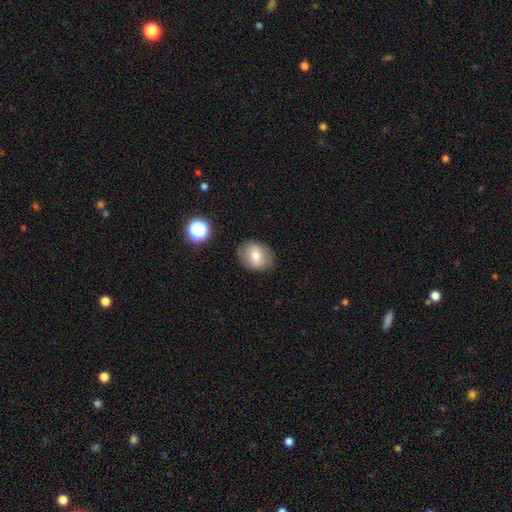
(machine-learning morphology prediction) A smooth galaxy with no disk features (67%) that is round (51%).

Vote fractions:
- Smooth or featured? smooth: 67% / featured or disk: 23% / star or artifact: 10%
- How rounded? round: 51% / in between: 48% / cigar-shaped: 1%
- Merging? none: 83% / minor disturbance: 12% / major disturbance: 3% / merger: 2%